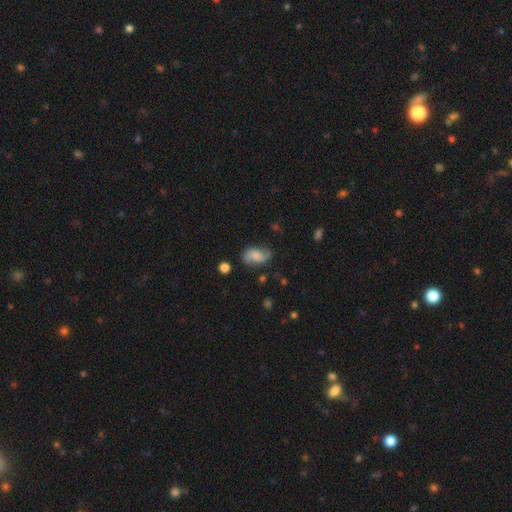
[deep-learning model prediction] Smooth or featured: featured or disk — 61% (smooth — 31%)
Edge-on disk: no — 96% (yes — 4%)
Bar: no — 56% (weak — 36%)
Spiral arms: yes — 93% (no — 7%)
Spiral winding: loose — 68% (medium — 24%)
Spiral arm count: 2 — 90% (can't tell — 4%)
Bulge size: none — 33% (small — 30%)
Merging: none — 72% (minor disturbance — 19%)